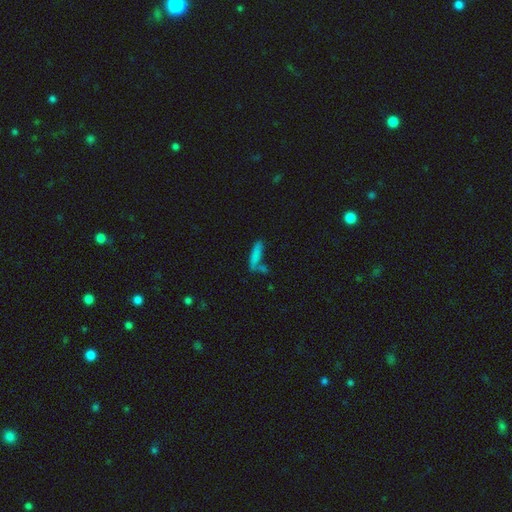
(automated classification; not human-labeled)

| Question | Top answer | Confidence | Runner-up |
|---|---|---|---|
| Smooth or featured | smooth | 80% | featured or disk (12%) |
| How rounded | cigar-shaped | 80% | in between (17%) |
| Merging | none | 62% | merger (18%) |